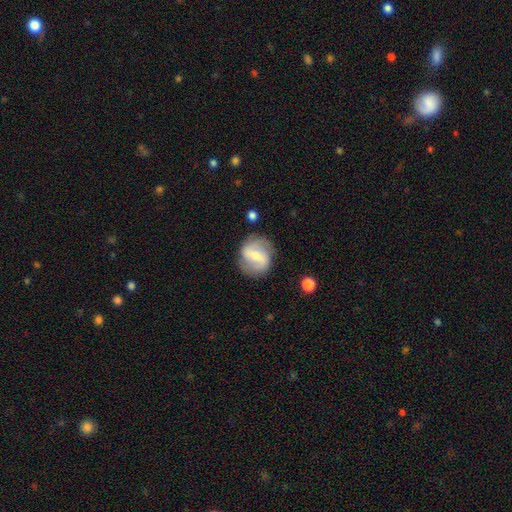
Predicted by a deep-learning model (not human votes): A featured or disk galaxy (64%) with a strong bar (48%), spiral arms (76%) and a small central bulge (45%). Merging: none (77%).